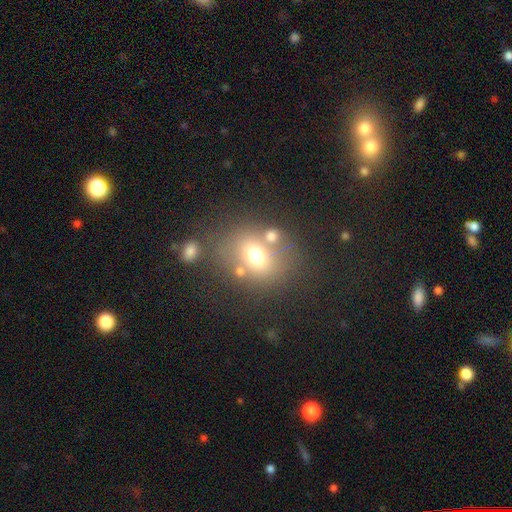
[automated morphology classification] smooth-or-featured: smooth: 66% | featured or disk: 18% | star or artifact: 17%
  how-rounded: round: 55% | in between: 44% | cigar-shaped: 1%
  merging: none: 59% | merger: 19% | minor disturbance: 13% | major disturbance: 8%